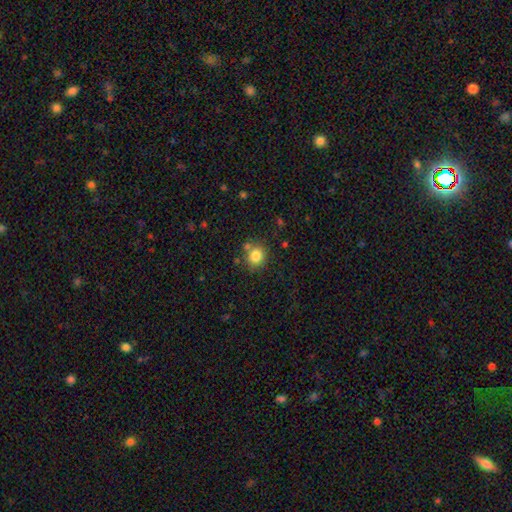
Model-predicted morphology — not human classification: This is clearly a smooth galaxy (82%). How rounded: clearly round (82%). Merging: likely none (74%).